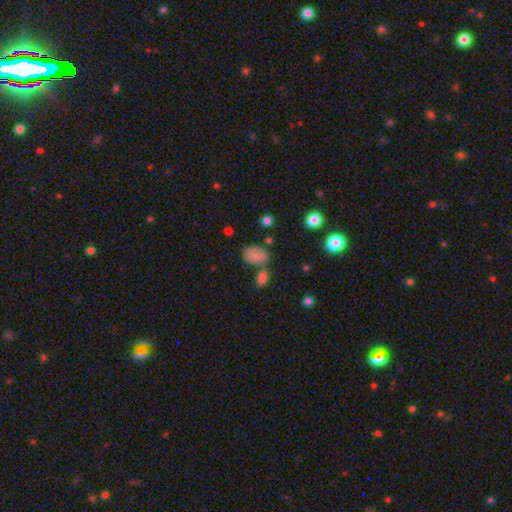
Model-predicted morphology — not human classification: This appears to be a smooth galaxy with no disk features (81%) that is in between round and cigar-shaped (85%). Merging: none (59%).